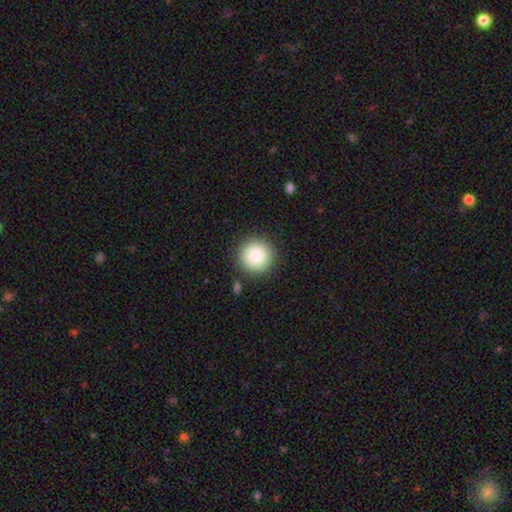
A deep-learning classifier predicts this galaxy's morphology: Smooth or featured? Predicted: smooth (p=0.88). How rounded? Predicted: round (p=0.96). Merging? Predicted: none (p=0.89).